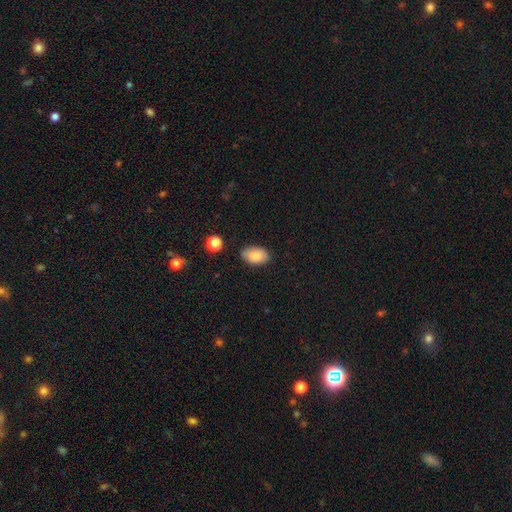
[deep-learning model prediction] A smooth galaxy with no disk features (84%) that is in between round and cigar-shaped (90%). Merging: none (80%).